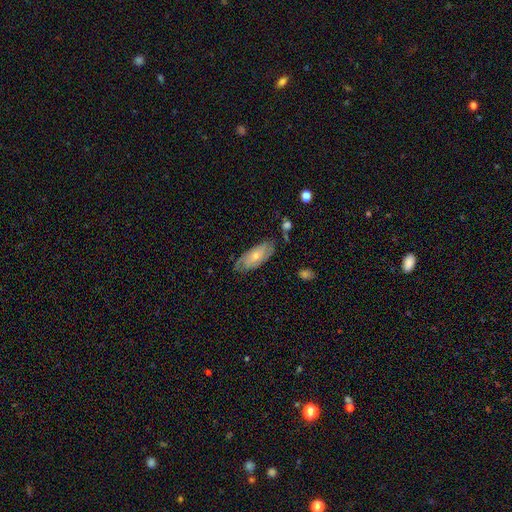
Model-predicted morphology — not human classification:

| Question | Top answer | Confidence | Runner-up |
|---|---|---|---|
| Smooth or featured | featured or disk | 59% | smooth (33%) |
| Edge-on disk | no | 84% | yes (16%) |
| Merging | none | 74% | minor disturbance (19%) |